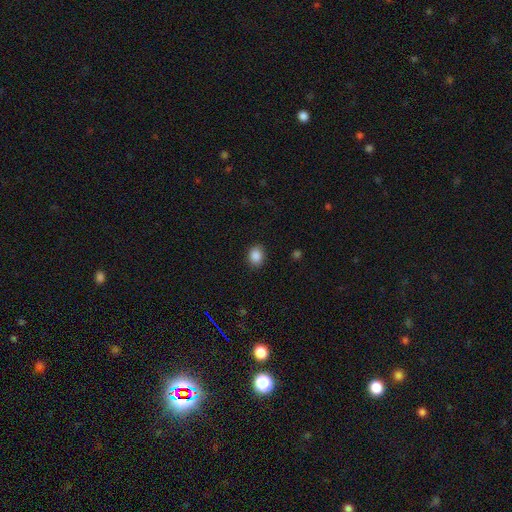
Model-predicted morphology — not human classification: This is clearly a smooth galaxy (87%). How rounded: possibly round (50%). Merging: clearly none (88%).